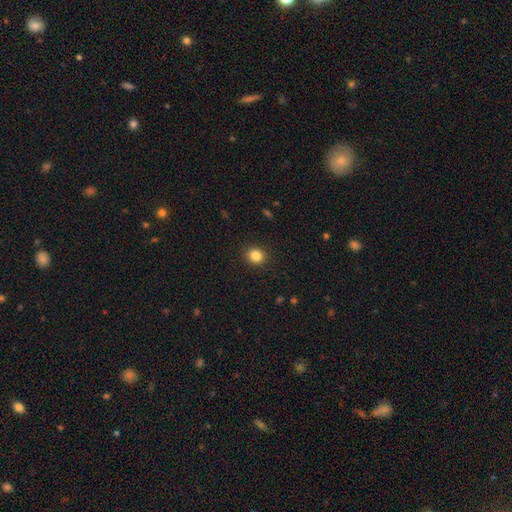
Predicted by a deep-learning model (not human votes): smooth 84%, star or artifact 11%, featured or disk 5%. Down the decision tree: how rounded — round (80%); merging — none (91%).